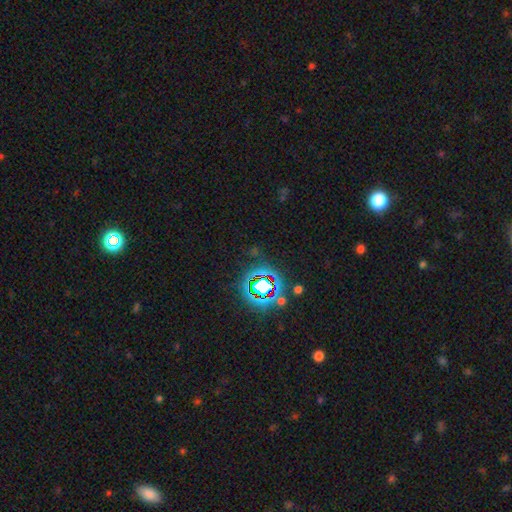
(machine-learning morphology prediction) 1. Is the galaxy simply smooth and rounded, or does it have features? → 77% star or artifact, 15% smooth, 9% featured or disk.